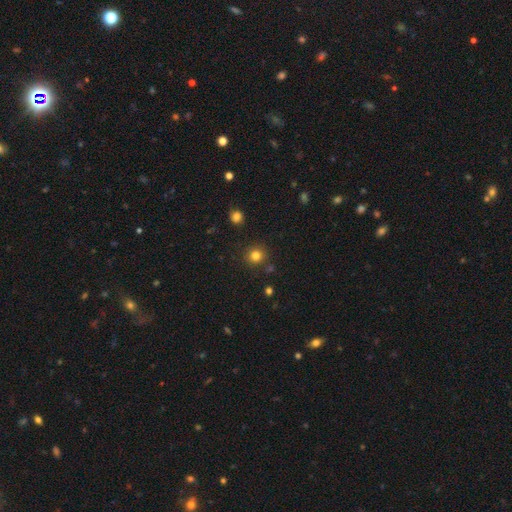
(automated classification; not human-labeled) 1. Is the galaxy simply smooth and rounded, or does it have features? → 81% smooth, 14% star or artifact, 5% featured or disk.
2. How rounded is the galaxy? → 92% round, 7% in between, 1% cigar-shaped.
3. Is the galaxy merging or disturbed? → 87% none, 7% minor disturbance, 4% merger, 2% major disturbance.